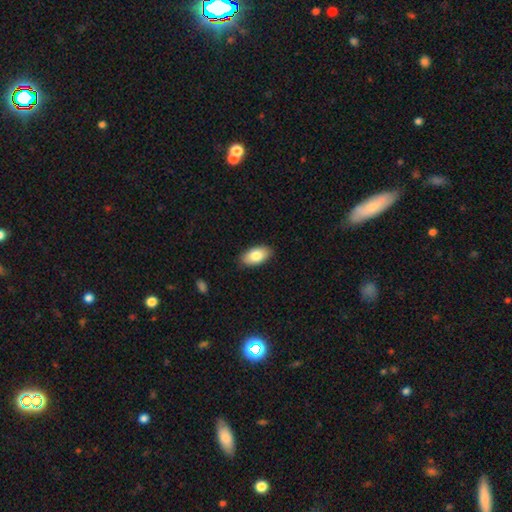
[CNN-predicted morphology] type=smooth (82%); roundness=in between (94%); merging=none (88%).